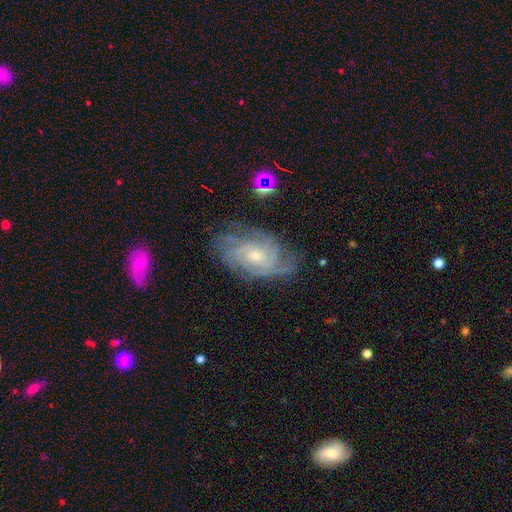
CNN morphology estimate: This is clearly a featured or disk galaxy (85%). It is clearly not viewed edge-on (96%). Bar: likely no (68%). Spiral arm pattern: clearly yes (97%). Spiral arm count: marginally can't tell (31%). Spiral winding: likely tight (65%). Central bulge: possibly small (60%). Merging: likely none (71%).